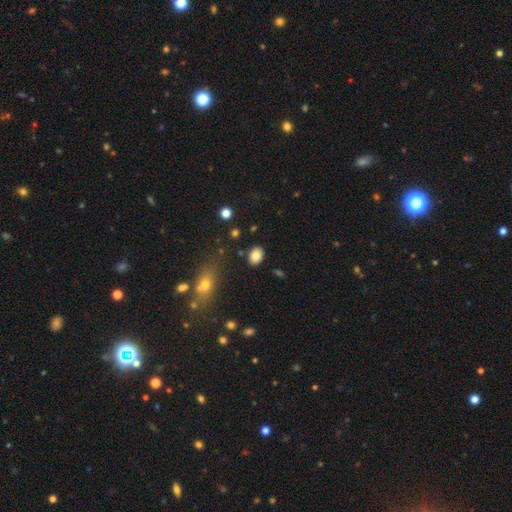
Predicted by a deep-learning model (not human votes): Overall: smooth (83%). How rounded: in between (72%). Merging: none (84%).